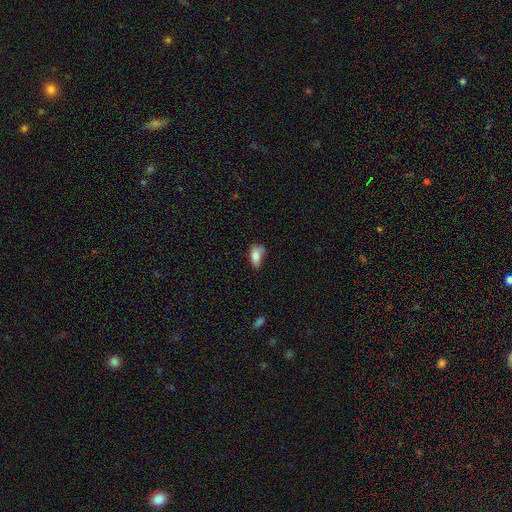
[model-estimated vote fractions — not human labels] Morphology: type=smooth (80%); roundness=in between (89%); merging=minor disturbance (40%, tied with none).